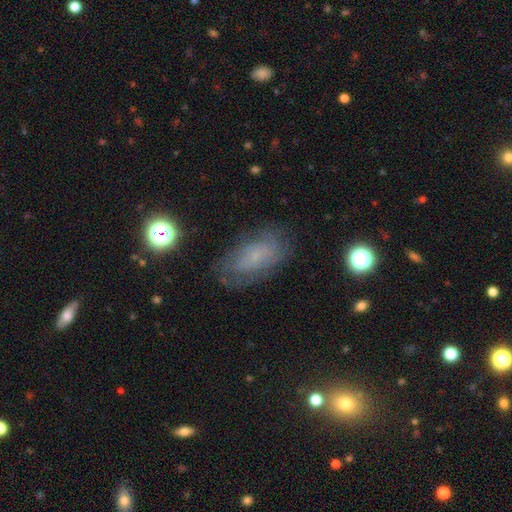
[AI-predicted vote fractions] Smooth or featured? featured or disk (48%)
Merging? none (70%)